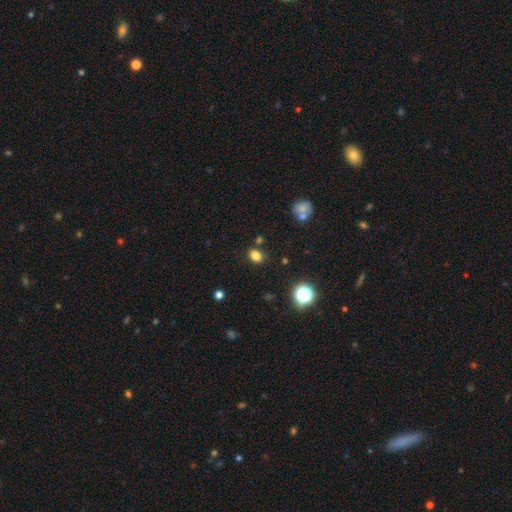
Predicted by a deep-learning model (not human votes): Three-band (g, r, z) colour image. It shows a smooth galaxy with no disk features (79%) that is in between round and cigar-shaped (57%). Merging: none (81%).